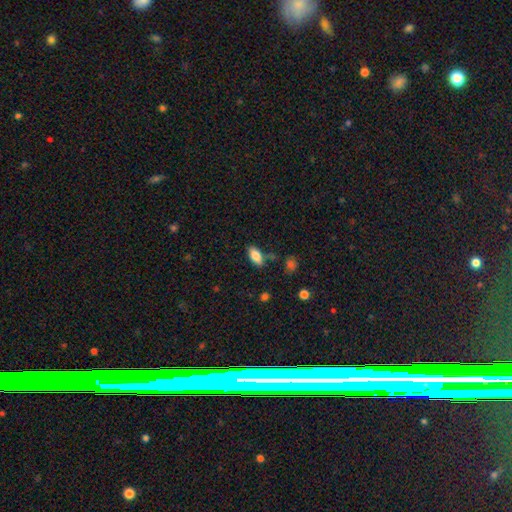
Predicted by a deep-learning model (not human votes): A smooth galaxy with no disk features (83%) that is in between round and cigar-shaped (90%).

Vote fractions:
- Smooth or featured? smooth: 83% / featured or disk: 9% / star or artifact: 8%
- How rounded? in between: 90% / cigar-shaped: 7% / round: 3%
- Merging? none: 77% / minor disturbance: 14% / merger: 5% / major disturbance: 3%